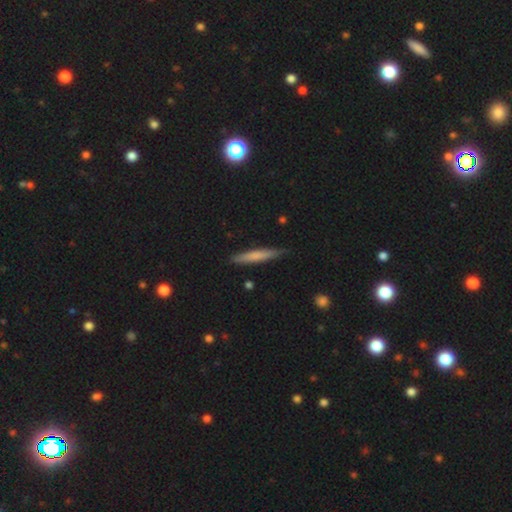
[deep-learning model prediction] smooth 68%, featured or disk 26%, star or artifact 6%. Down the decision tree: how rounded — cigar-shaped (93%); merging — none (83%).